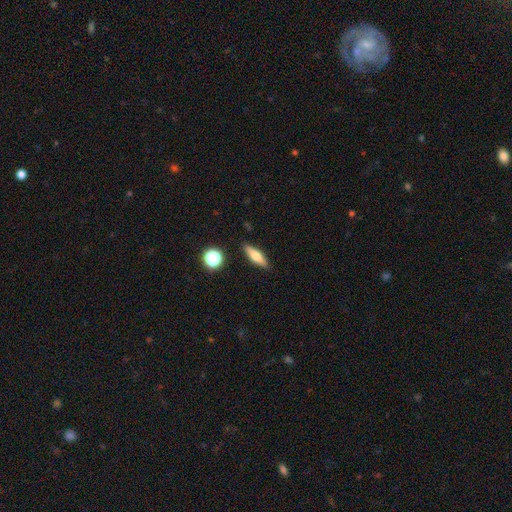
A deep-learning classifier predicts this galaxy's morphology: smooth-or-featured: smooth: 60% | featured or disk: 31% | star or artifact: 8%
  how-rounded: cigar-shaped: 55% | in between: 41% | round: 4%
  merging: none: 88% | minor disturbance: 8% | major disturbance: 2% | merger: 2%